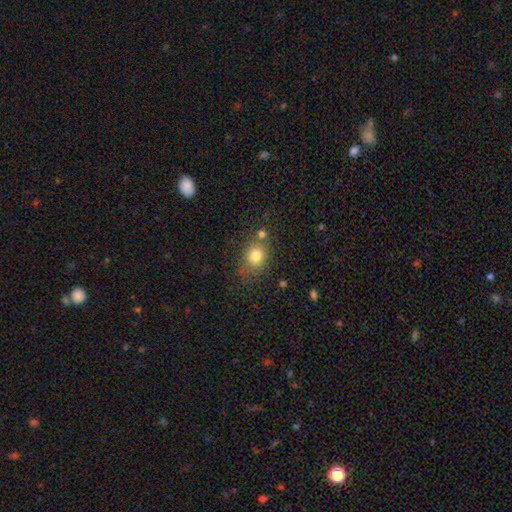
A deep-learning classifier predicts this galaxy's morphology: Smooth or featured: smooth — 78% (star or artifact — 11%)
How rounded: round — 54% (in between — 45%)
Merging: none — 64% (minor disturbance — 16%)